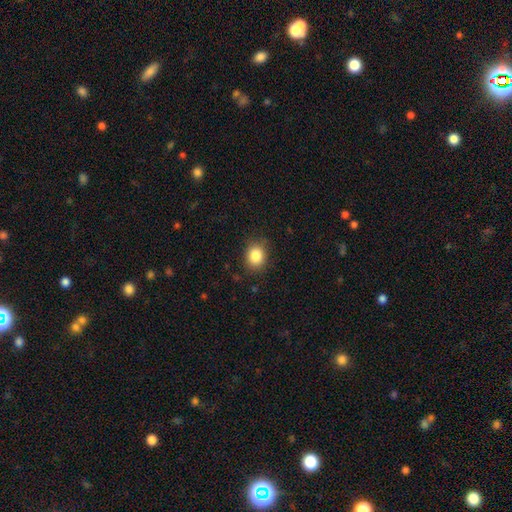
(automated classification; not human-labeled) Smooth or featured?
  - smooth: 85% *
  - star or artifact: 10%
  - featured or disk: 5%
How rounded?
  - round: 58% *
  - in between: 41%
  - cigar-shaped: 1%
Merging?
  - none: 85% *
  - minor disturbance: 11%
  - major disturbance: 3%
  - merger: 1%